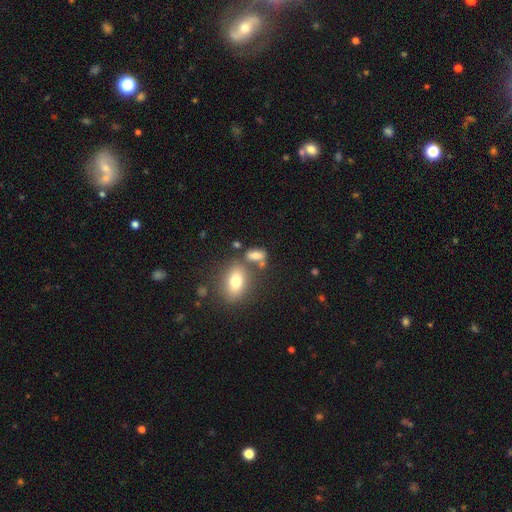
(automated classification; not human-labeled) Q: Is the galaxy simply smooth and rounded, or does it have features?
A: smooth — 72%.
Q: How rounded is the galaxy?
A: in between — 74%.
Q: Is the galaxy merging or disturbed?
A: none — 54%.